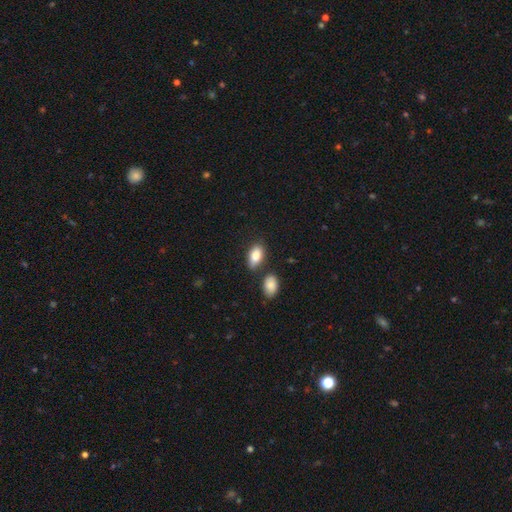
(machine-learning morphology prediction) smooth-or-featured: smooth: 85% | featured or disk: 8% | star or artifact: 7%
  how-rounded: in between: 92% | round: 5% | cigar-shaped: 3%
  merging: none: 69% | minor disturbance: 16% | merger: 12% | major disturbance: 4%